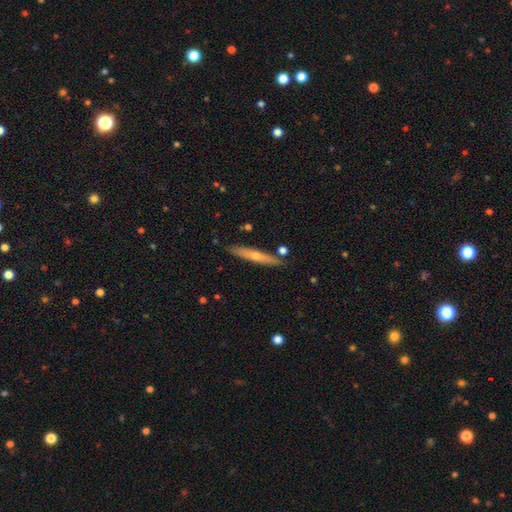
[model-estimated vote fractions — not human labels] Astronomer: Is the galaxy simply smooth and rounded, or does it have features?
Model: featured or disk — 53% (runner-up: smooth, 35%).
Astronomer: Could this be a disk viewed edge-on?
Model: yes — 88%.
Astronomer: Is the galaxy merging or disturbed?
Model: none — 83%.